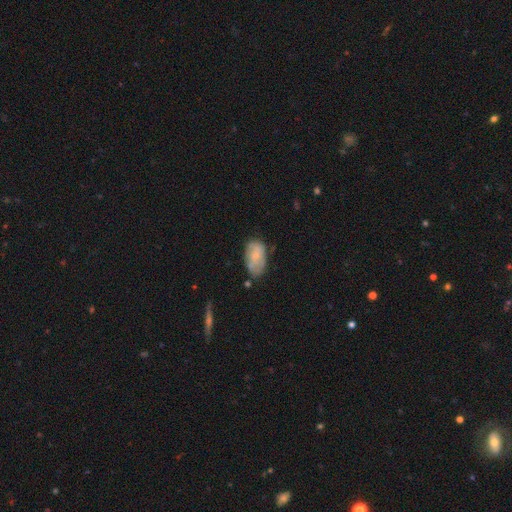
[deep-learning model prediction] Smooth or featured? Predicted: smooth (p=0.56). How rounded? Predicted: in between (p=0.92). Merging? Predicted: none (p=0.58).